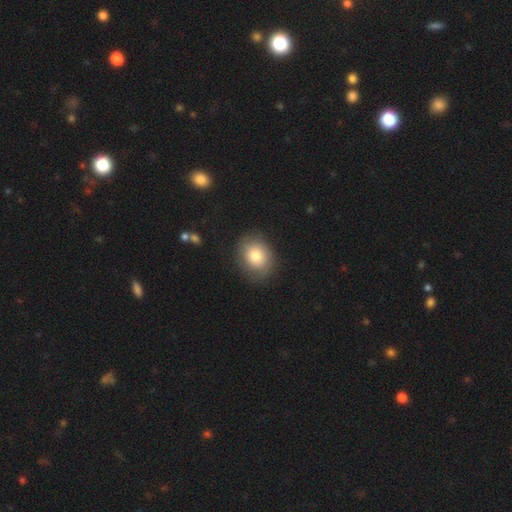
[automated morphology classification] A smooth galaxy with no disk features (77%) that is in between round and cigar-shaped (50%).

Vote fractions:
- Smooth or featured? smooth: 77% / featured or disk: 15% / star or artifact: 8%
- How rounded? in between: 50% / round: 49% / cigar-shaped: 1%
- Merging? none: 80% / minor disturbance: 14% / major disturbance: 4% / merger: 1%